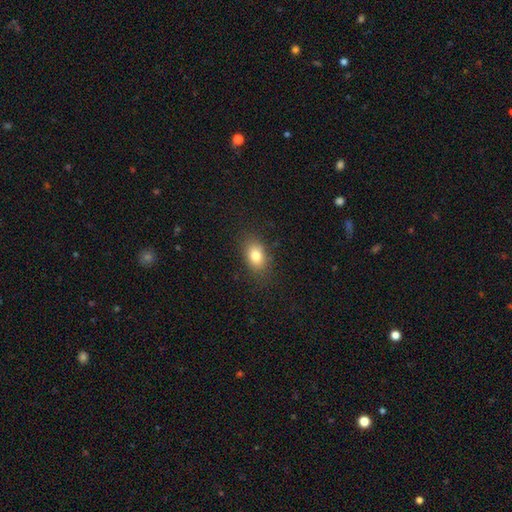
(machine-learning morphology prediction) Q: Smooth or featured?
A: smooth (81%); runner-up: star or artifact (10%)
Q: How rounded?
A: in between (80%); runner-up: round (18%)
Q: Merging?
A: none (83%); runner-up: minor disturbance (12%)